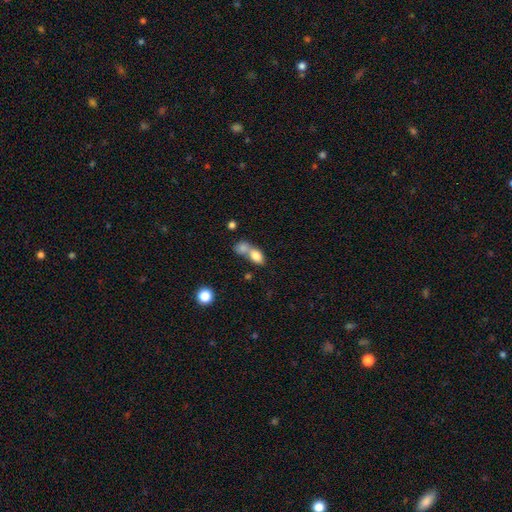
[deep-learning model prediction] Smooth or featured?
  - smooth: 80% *
  - featured or disk: 12%
  - star or artifact: 8%
How rounded?
  - in between: 80% *
  - round: 17%
  - cigar-shaped: 3%
Merging?
  - merger: 65% *
  - none: 24%
  - minor disturbance: 7%
  - major disturbance: 4%